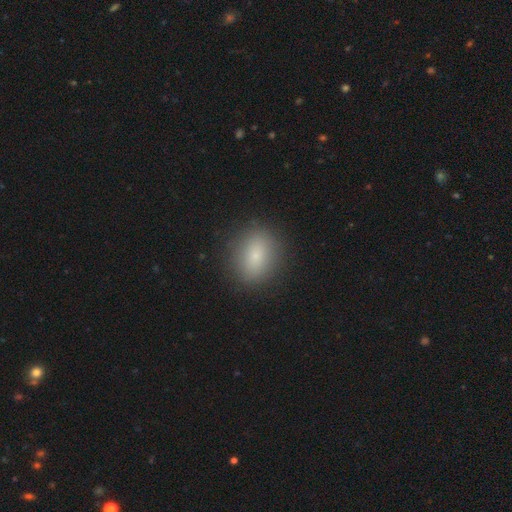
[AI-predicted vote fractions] Smooth or featured? smooth (78%)
How rounded? in between (54%)
Merging? none (87%)